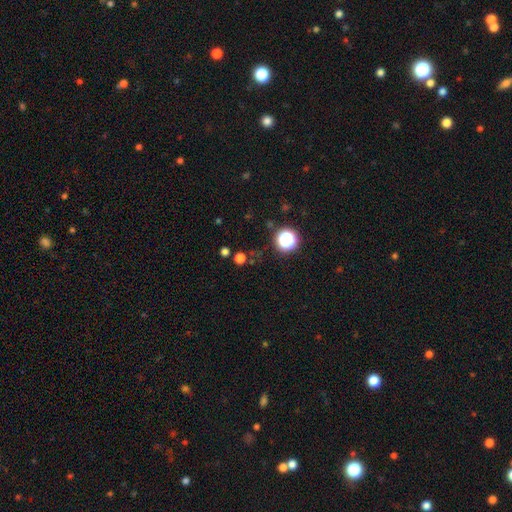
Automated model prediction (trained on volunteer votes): This appears to be a star or artifact, not a galaxy (67%).